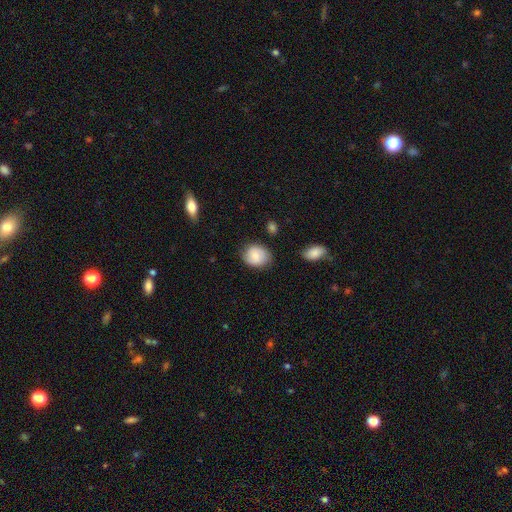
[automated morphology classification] Overall: smooth (81%). How rounded: round (59%; in between 40%). Merging: none (79%).